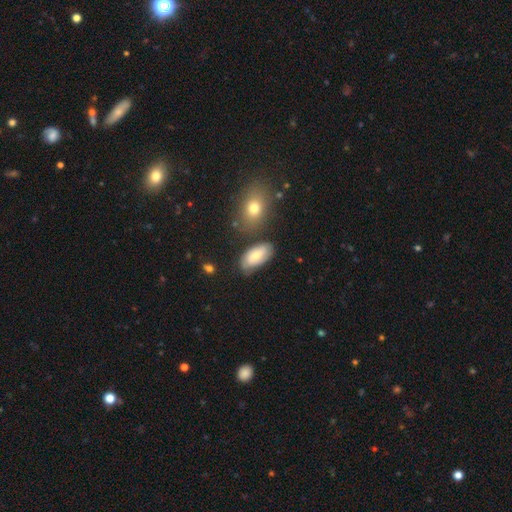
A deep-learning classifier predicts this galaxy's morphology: Overall: smooth (65%; featured or disk 27%). How rounded: in between (92%). Merging: none (68%).